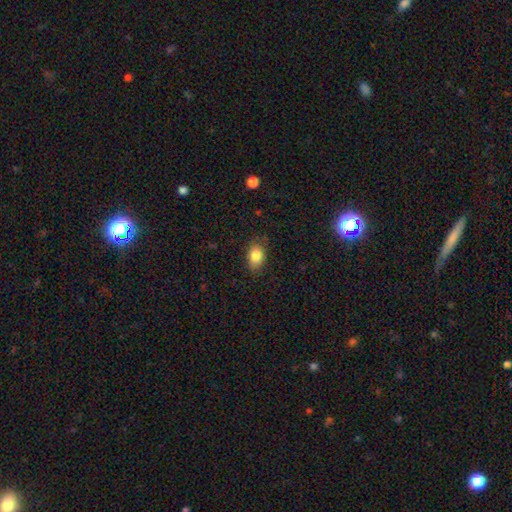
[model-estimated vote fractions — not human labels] Morphology: type=smooth (84%); roundness=in between (79%); merging=none (80%).